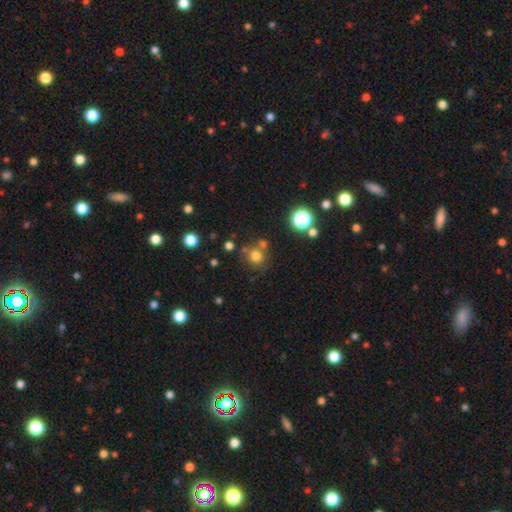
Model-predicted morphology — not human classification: Smooth or featured?
  - smooth: 74% *
  - star or artifact: 18%
  - featured or disk: 8%
How rounded?
  - round: 90% *
  - in between: 9%
  - cigar-shaped: 1%
Merging?
  - none: 67% *
  - merger: 17%
  - minor disturbance: 11%
  - major disturbance: 5%